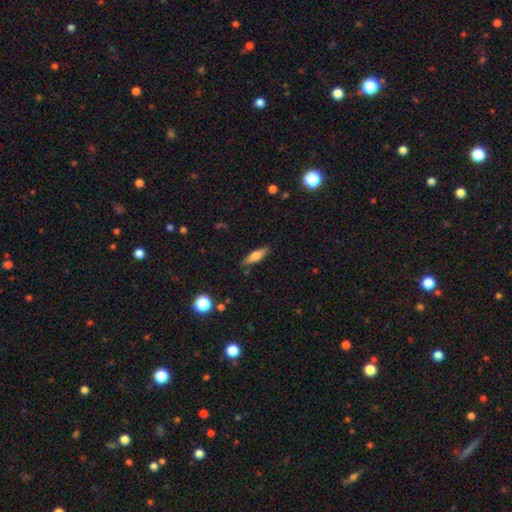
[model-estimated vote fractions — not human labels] Smooth or featured? Predicted: smooth (p=0.60). How rounded? Predicted: cigar-shaped (p=0.59). Merging? Predicted: none (p=0.85).